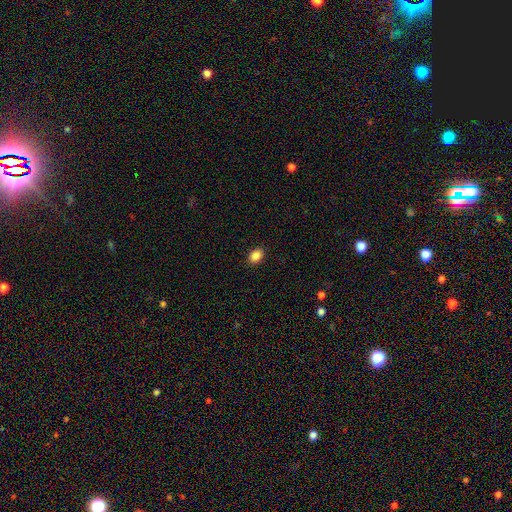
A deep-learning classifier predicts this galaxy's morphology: Smooth or featured: smooth — 87% (star or artifact — 9%)
How rounded: in between — 72% (round — 27%)
Merging: none — 90% (minor disturbance — 8%)